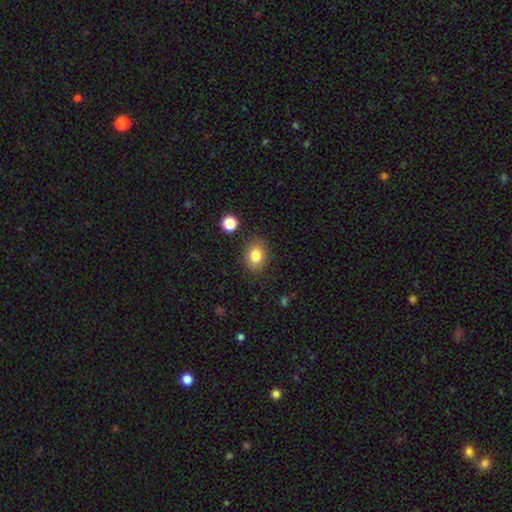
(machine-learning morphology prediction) smooth 82%, star or artifact 10%, featured or disk 8%. Down the decision tree: how rounded — in between (61%); merging — none (85%).